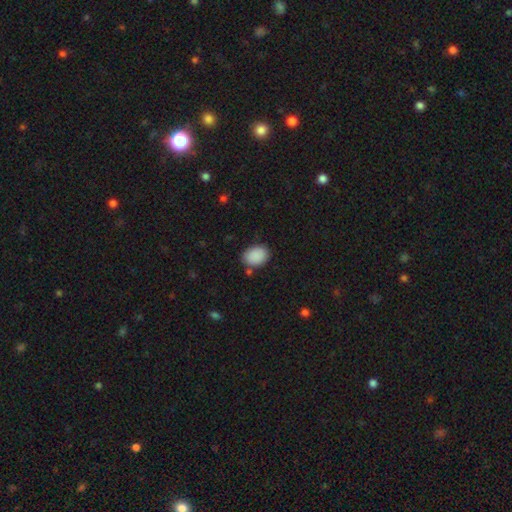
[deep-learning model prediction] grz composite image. It shows a smooth galaxy with no disk features (89%) that is in between round and cigar-shaped (73%). Merging: none (79%).